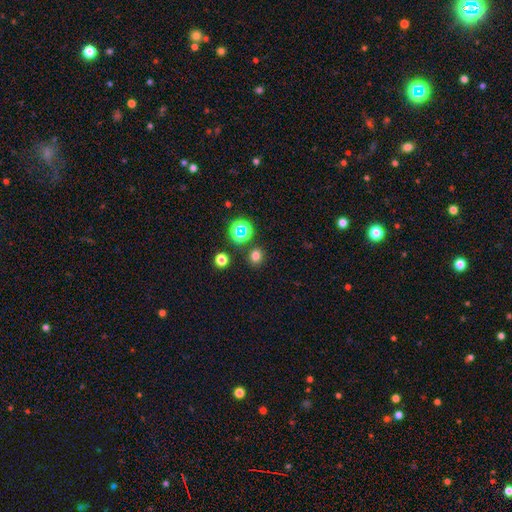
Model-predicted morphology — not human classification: The model was most divided on "how rounded": round: 72%, in between: 27%, cigar-shaped: 1%. More confident: merging — none (85%); smooth or featured — smooth (73%).